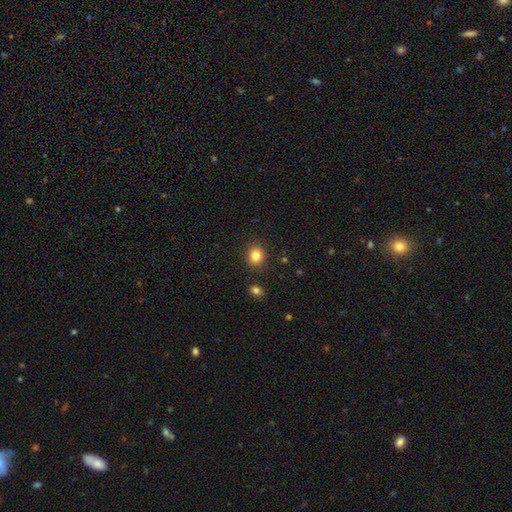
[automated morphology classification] Smooth or featured? Predicted: smooth (p=0.83). How rounded? Predicted: round (p=0.74). Merging? Predicted: none (p=0.88).